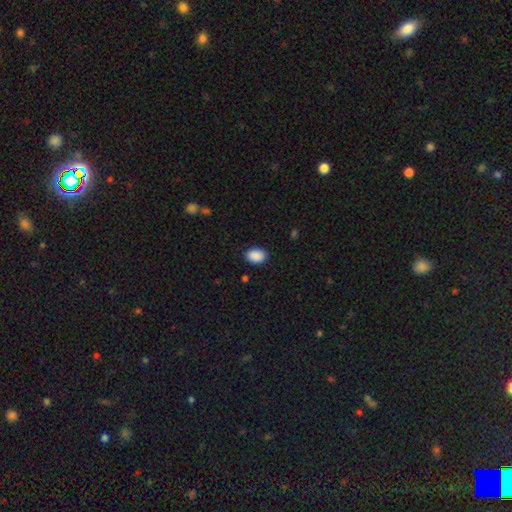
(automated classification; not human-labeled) smooth-or-featured: smooth: 90% | star or artifact: 7% | featured or disk: 3%
  how-rounded: in between: 77% | round: 22% | cigar-shaped: 1%
  merging: none: 86% | minor disturbance: 10% | major disturbance: 2% | merger: 1%